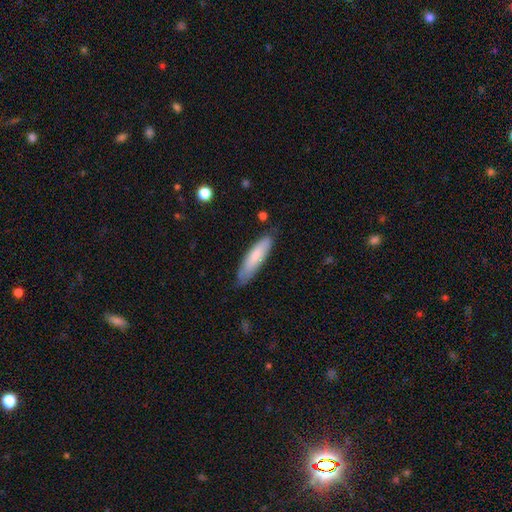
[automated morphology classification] Smooth or featured: smooth — 74% (featured or disk — 20%)
How rounded: cigar-shaped — 70% (in between — 29%)
Merging: none — 72% (minor disturbance — 22%)